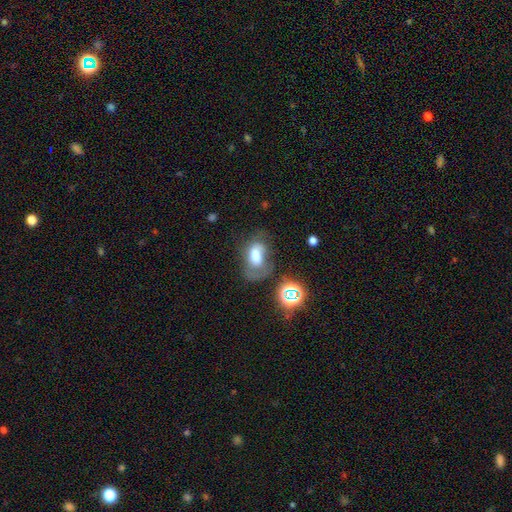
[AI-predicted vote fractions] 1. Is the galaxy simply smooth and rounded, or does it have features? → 56% smooth, 31% featured or disk, 13% star or artifact.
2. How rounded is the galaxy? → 84% in between, 14% round, 2% cigar-shaped.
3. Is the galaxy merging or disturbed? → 34% major disturbance, 32% none, 27% minor disturbance, 7% merger.